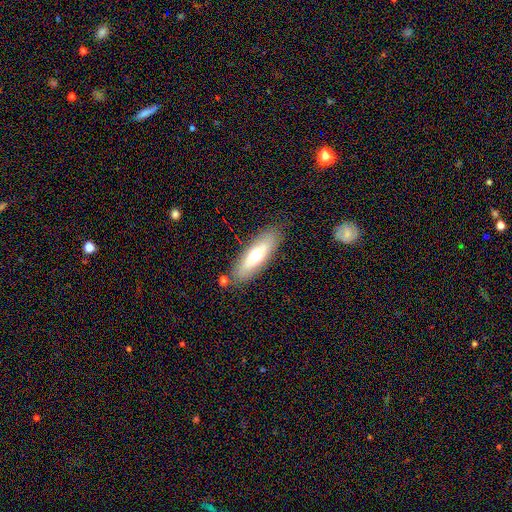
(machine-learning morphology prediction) Smooth or featured?
  - smooth: 55% *
  - featured or disk: 39%
  - star or artifact: 6%
How rounded?
  - in between: 53% *
  - cigar-shaped: 44%
  - round: 2%
Merging?
  - none: 82% *
  - minor disturbance: 12%
  - merger: 3%
  - major disturbance: 3%